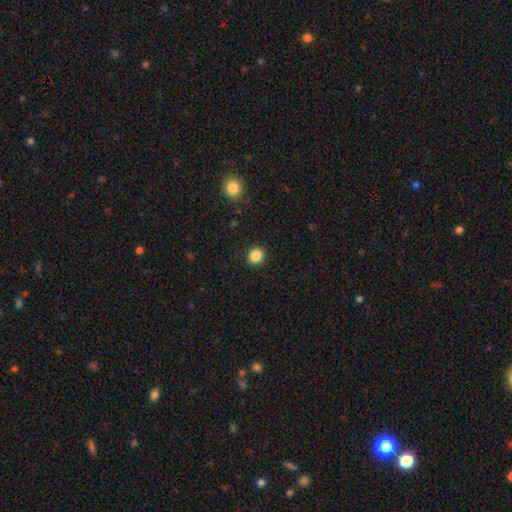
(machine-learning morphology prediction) A smooth galaxy with no disk features (86%) that is round (77%).

Vote fractions:
- Smooth or featured? smooth: 86% / star or artifact: 10% / featured or disk: 3%
- How rounded? round: 77% / in between: 22% / cigar-shaped: 1%
- Merging? none: 91% / minor disturbance: 6% / major disturbance: 2% / merger: 1%